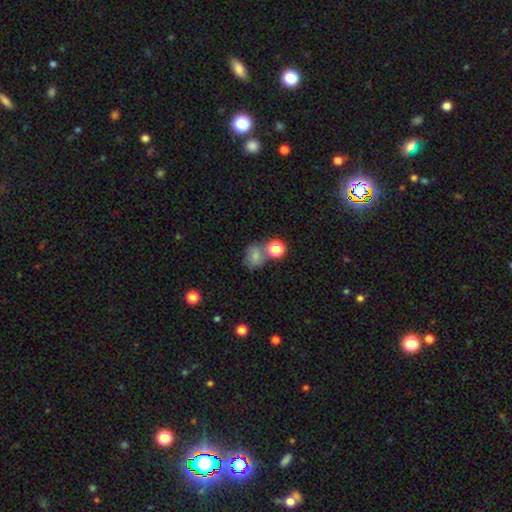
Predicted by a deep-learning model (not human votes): Overall: smooth (74%). How rounded: round (61%; in between 38%). Merging: none (49%; merger 30%).